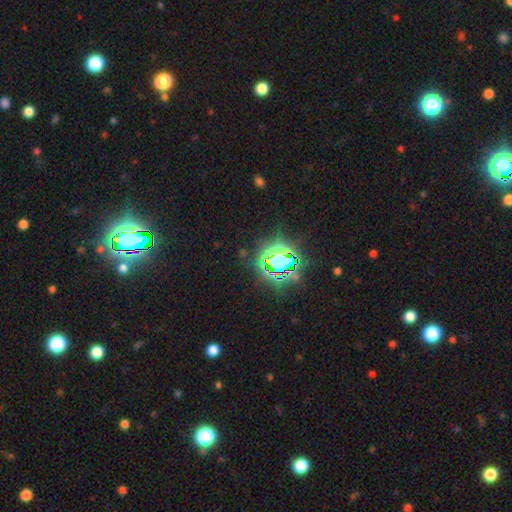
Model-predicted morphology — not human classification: This appears to be a star or artifact, not a galaxy (82%).